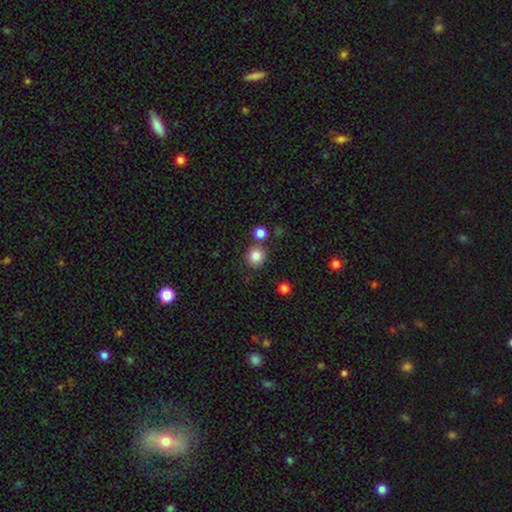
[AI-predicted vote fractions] Q: Smooth or featured?
A: smooth (84%); runner-up: star or artifact (11%)
Q: How rounded?
A: round (89%); runner-up: in between (10%)
Q: Merging?
A: none (80%); runner-up: merger (9%)